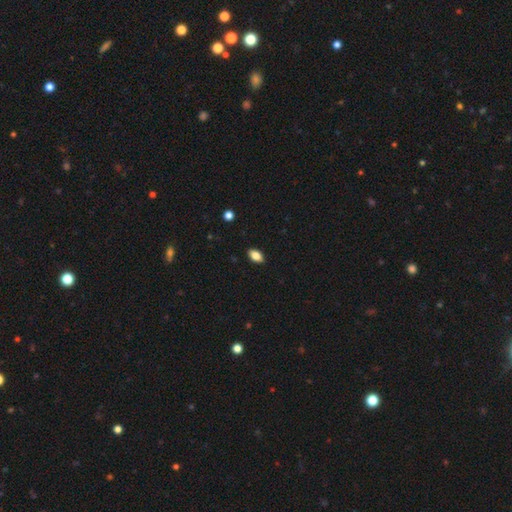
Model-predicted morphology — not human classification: smooth 84%, star or artifact 8%, featured or disk 7%. Down the decision tree: how rounded — in between (91%); merging — none (89%).